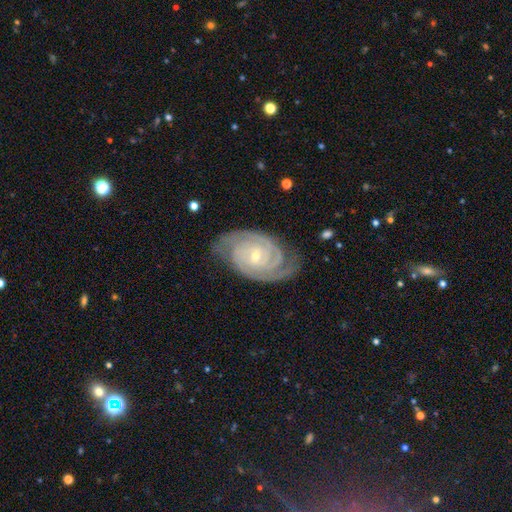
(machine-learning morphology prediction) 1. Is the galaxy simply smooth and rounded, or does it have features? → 92% featured or disk, 4% star or artifact, 4% smooth.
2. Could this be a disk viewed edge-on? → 97% no, 3% yes.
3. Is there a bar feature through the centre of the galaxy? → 61% no, 29% weak, 11% strong.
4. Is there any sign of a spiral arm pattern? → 99% yes, 1% no.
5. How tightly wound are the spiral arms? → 81% tight, 17% medium, 2% loose.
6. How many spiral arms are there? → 52% 2, 21% 3, 10% can't tell, 8% 4, 4% more than 4, 4% 1.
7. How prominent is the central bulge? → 70% small, 27% moderate, 1% none, 1% large, 1% dominant.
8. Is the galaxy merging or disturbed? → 78% none, 16% minor disturbance, 4% major disturbance, 1% merger.